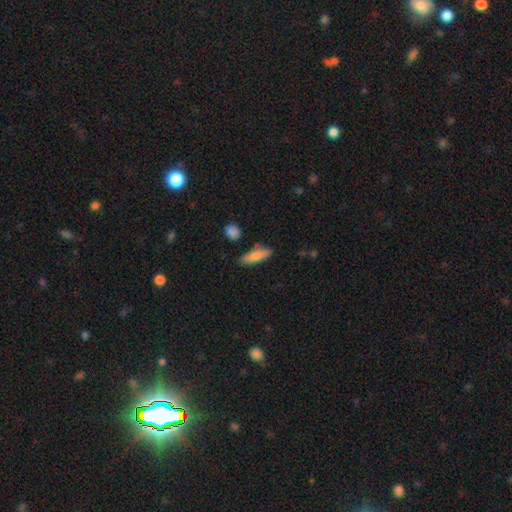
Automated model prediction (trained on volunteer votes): A smooth galaxy with no disk features (81%) that is in between round and cigar-shaped (53%). Merging: none (80%).